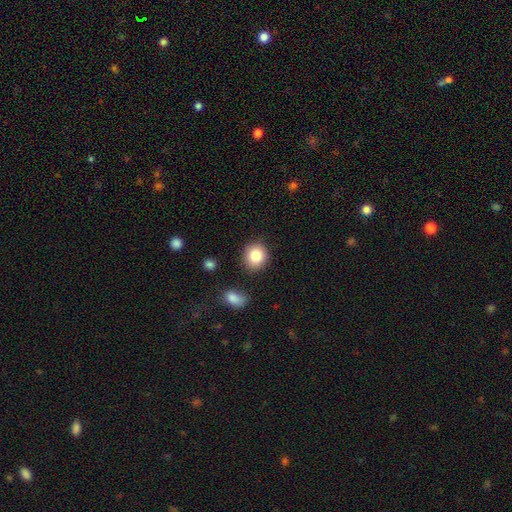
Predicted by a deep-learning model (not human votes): This is clearly a smooth galaxy (82%). How rounded: likely round (77%). Merging: clearly none (84%).